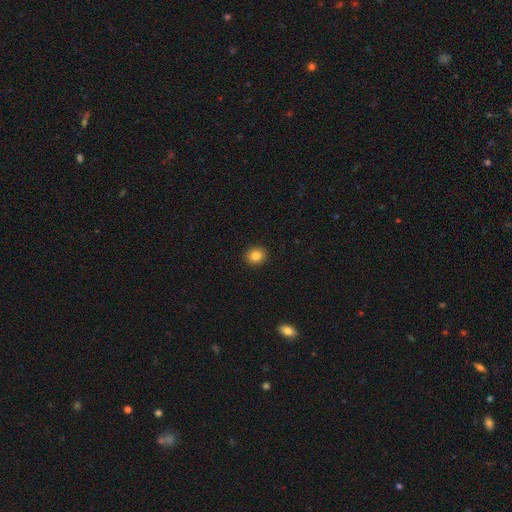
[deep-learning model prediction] smooth_or_featured: smooth (p=0.84) [alt: star or artifact p=0.10]
how_rounded: round (p=0.80) [alt: in between p=0.20]
merging: none (p=0.92) [alt: minor disturbance p=0.05]